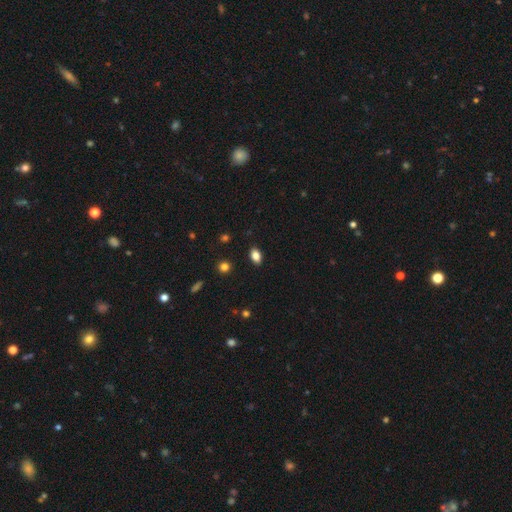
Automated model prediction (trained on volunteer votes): Overall: smooth (83%). How rounded: in between (86%). Merging: none (88%).